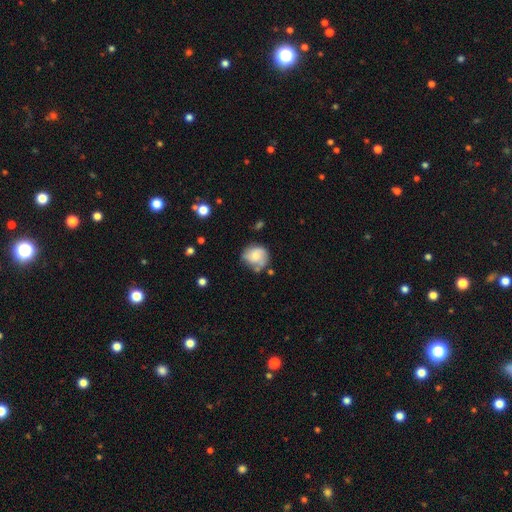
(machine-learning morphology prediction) This appears to be a smooth galaxy with no disk features (58%) that is round (75%). Merging: none (50%).